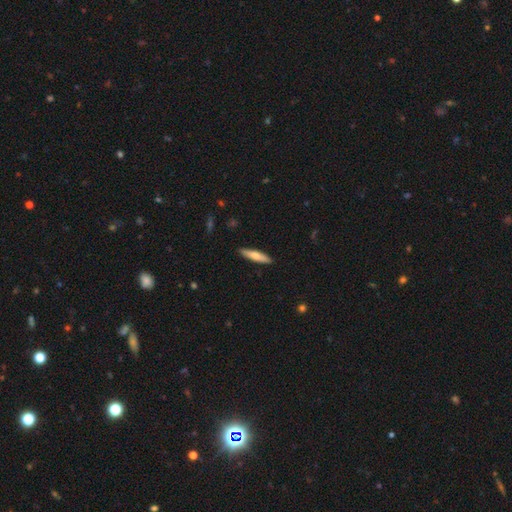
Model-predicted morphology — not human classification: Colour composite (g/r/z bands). It shows a smooth galaxy with no disk features (65%) that is cigar-shaped (82%). Merging: none (90%).